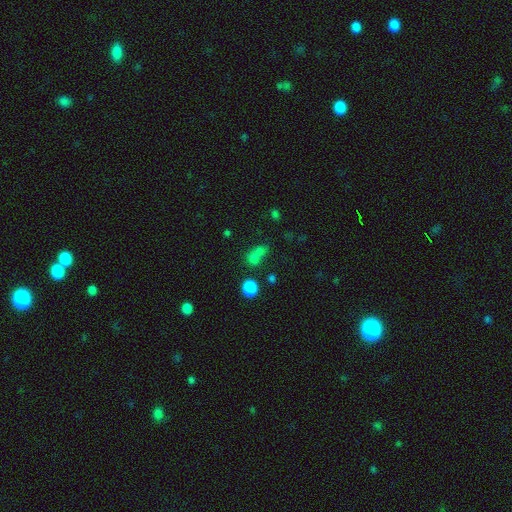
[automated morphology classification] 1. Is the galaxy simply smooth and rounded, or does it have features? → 71% smooth, 18% star or artifact, 11% featured or disk.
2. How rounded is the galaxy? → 65% round, 33% in between, 2% cigar-shaped.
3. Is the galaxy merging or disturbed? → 48% merger, 39% none, 8% minor disturbance, 5% major disturbance.